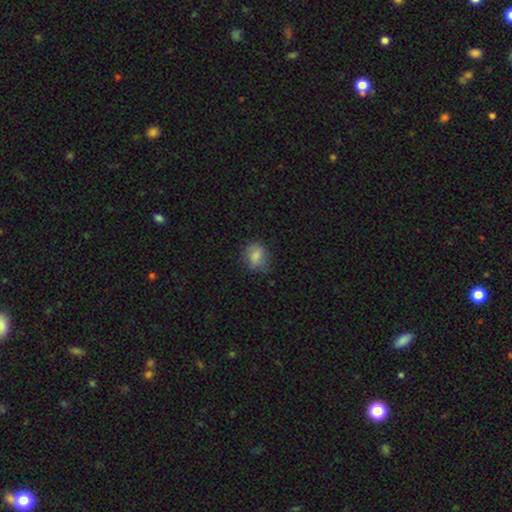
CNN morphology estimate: Q: Smooth or featured?
A: smooth (82%); runner-up: star or artifact (9%)
Q: How rounded?
A: in between (55%); runner-up: round (44%)
Q: Merging?
A: none (71%); runner-up: minor disturbance (22%)